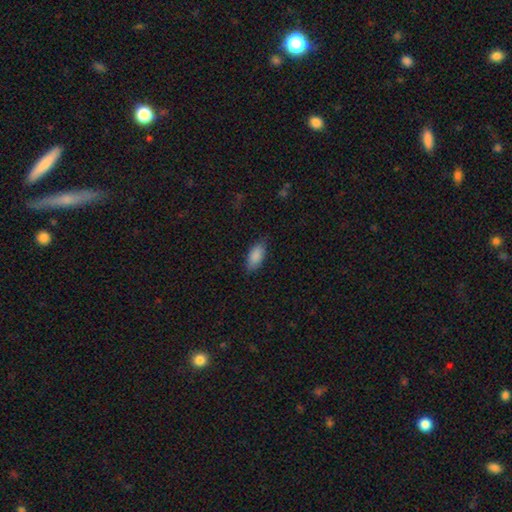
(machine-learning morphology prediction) smooth 88%, star or artifact 7%, featured or disk 5%. Down the decision tree: how rounded — in between (89%); merging — none (82%).